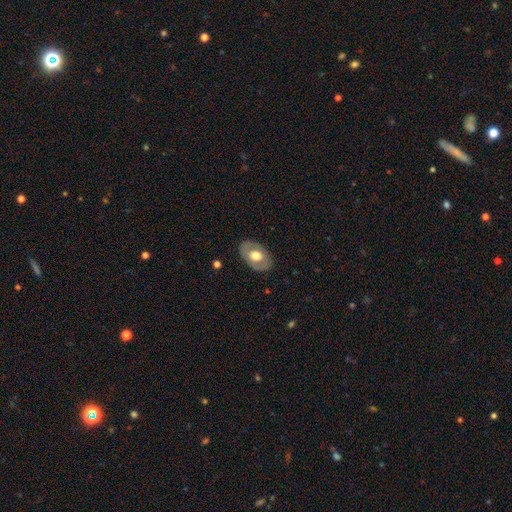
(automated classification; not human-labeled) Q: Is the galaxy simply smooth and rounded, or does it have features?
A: smooth — 50%.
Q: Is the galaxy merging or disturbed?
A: none — 83%.